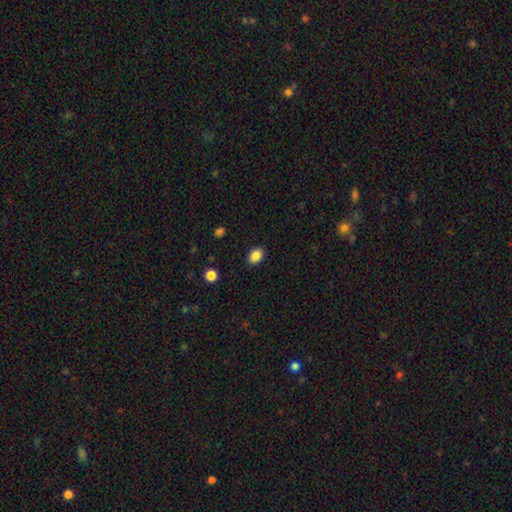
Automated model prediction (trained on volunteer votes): Overall: smooth (87%). How rounded: in between (76%). Merging: none (89%).